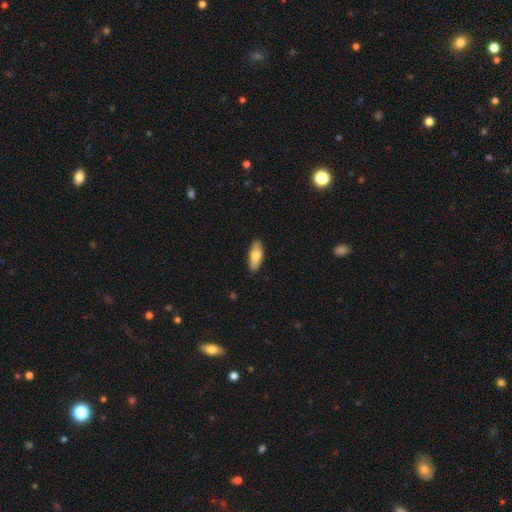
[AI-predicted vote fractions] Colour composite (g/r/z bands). It shows a smooth galaxy with no disk features (76%) that is in between round and cigar-shaped (79%). Merging: none (89%).